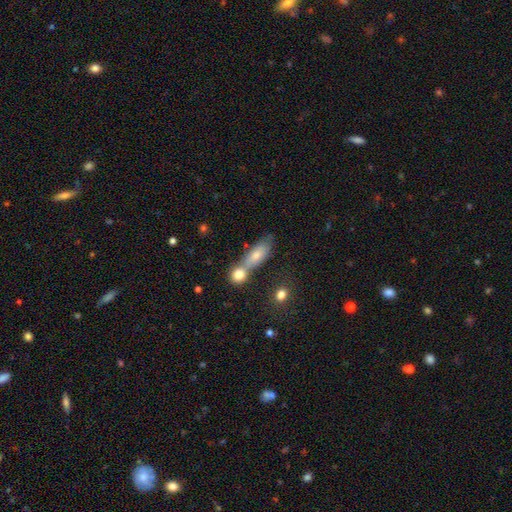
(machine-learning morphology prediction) Smooth or featured?
  - smooth: 60% *
  - featured or disk: 23%
  - star or artifact: 17%
How rounded?
  - in between: 60% *
  - cigar-shaped: 23%
  - round: 17%
Merging?
  - none: 50% *
  - merger: 34%
  - minor disturbance: 10%
  - major disturbance: 6%